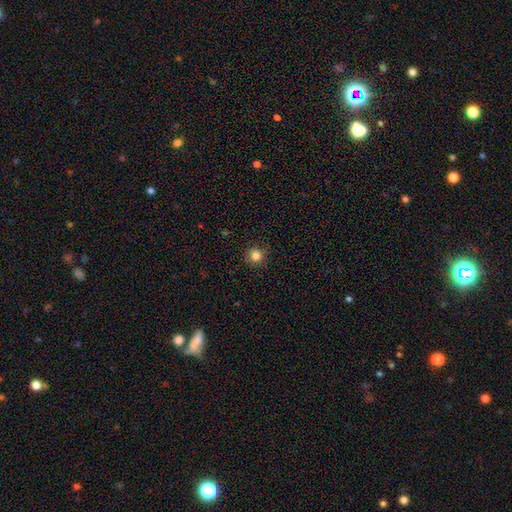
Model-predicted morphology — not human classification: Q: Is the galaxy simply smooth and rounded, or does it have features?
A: smooth — 83%.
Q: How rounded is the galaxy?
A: round — 93%.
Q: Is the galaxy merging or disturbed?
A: none — 89%.